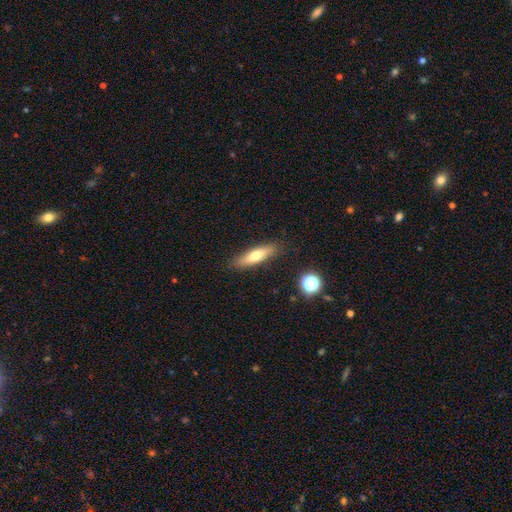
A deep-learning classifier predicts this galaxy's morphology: smooth-or-featured: smooth: 63% | featured or disk: 30% | star or artifact: 7%
  how-rounded: cigar-shaped: 69% | in between: 28% | round: 2%
  merging: none: 86% | minor disturbance: 10% | major disturbance: 2% | merger: 2%